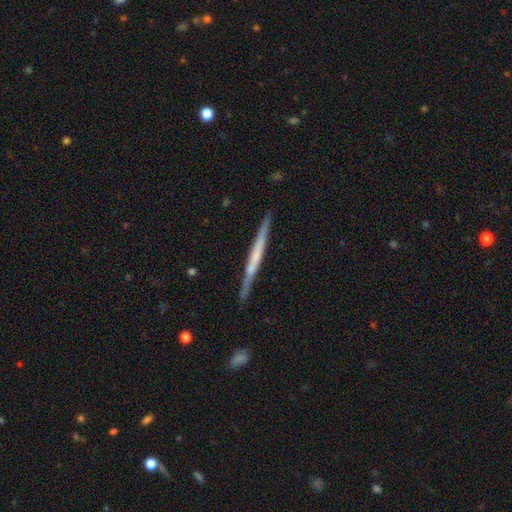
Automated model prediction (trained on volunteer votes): This is likely a featured or disk galaxy (61%). It is clearly viewed edge-on (97%). Edge-on bulge: likely none (70%). Merging: clearly none (86%).